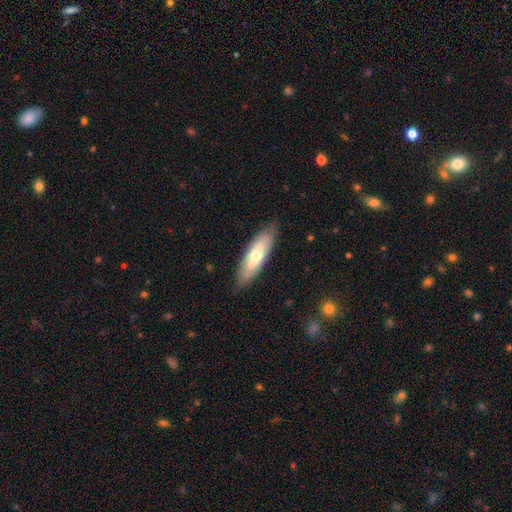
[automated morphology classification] Smooth or featured? smooth (59%)
How rounded? in between (51%)
Merging? none (85%)